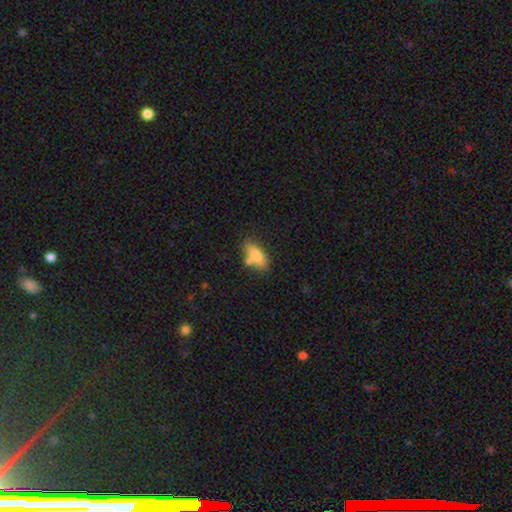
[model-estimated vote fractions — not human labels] This appears to be a smooth galaxy with no disk features (81%) that is in between round and cigar-shaped (76%). Merging: none (62%).